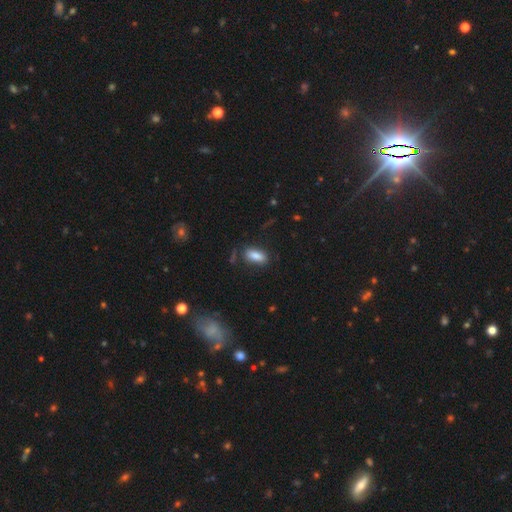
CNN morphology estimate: Overall: smooth (84%). How rounded: in between (85%). Merging: none (77%).